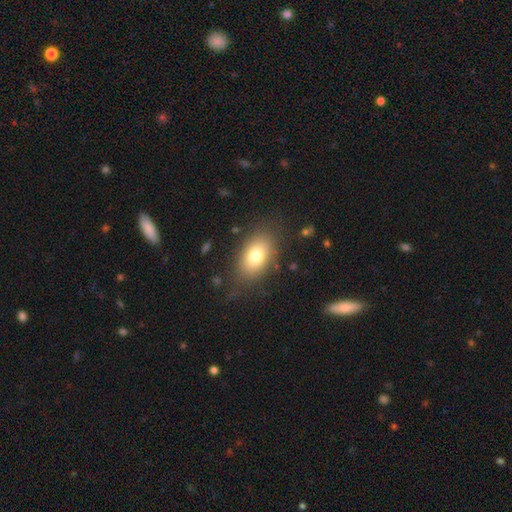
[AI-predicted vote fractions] Smooth or featured?
  - smooth: 77% *
  - featured or disk: 14%
  - star or artifact: 9%
How rounded?
  - in between: 88% *
  - round: 10%
  - cigar-shaped: 2%
Merging?
  - none: 80% *
  - minor disturbance: 13%
  - major disturbance: 5%
  - merger: 2%